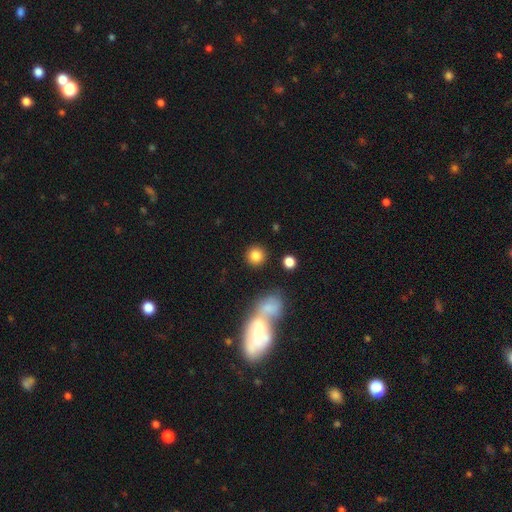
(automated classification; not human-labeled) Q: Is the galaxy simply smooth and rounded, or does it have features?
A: smooth — 83%.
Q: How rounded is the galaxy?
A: round — 91%.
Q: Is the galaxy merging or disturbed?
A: none — 85%.